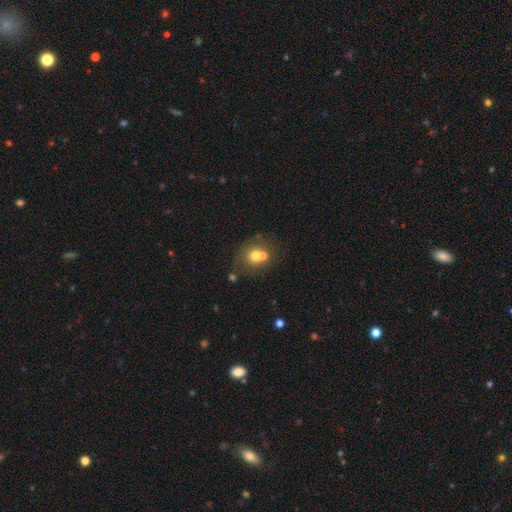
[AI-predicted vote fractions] A smooth galaxy with no disk features (66%) that is round (77%). Merging: none (45%).